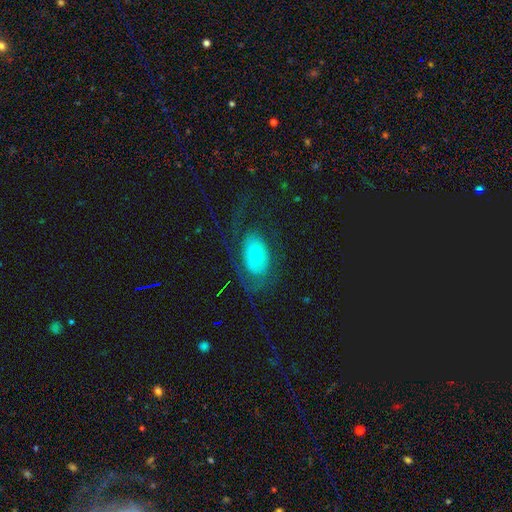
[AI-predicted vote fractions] This appears to be a featured or disk galaxy (58%) with no bar (78%), spiral arms (65%) and a small central bulge (48%). Merging: none (52%).